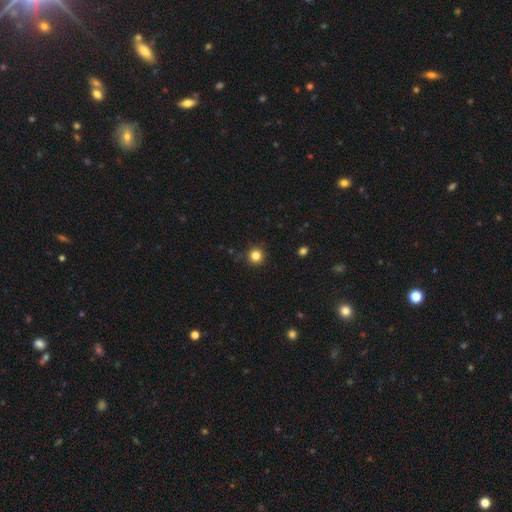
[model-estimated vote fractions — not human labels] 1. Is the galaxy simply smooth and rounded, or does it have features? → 83% smooth, 13% star or artifact, 5% featured or disk.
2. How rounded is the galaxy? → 95% round, 4% in between, 1% cigar-shaped.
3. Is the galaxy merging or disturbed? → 89% none, 8% minor disturbance, 2% major disturbance, 1% merger.